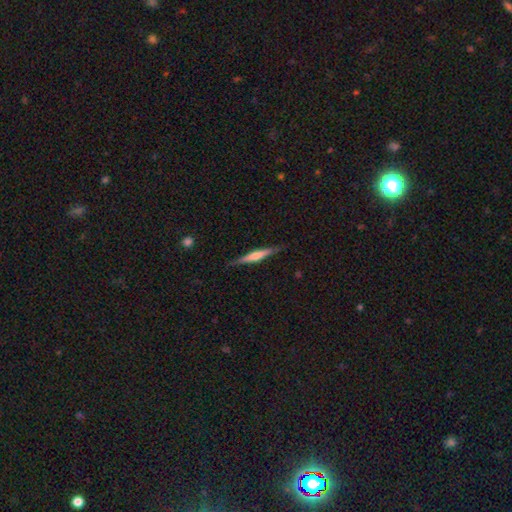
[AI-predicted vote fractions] This appears to be a featured or disk galaxy (57%) viewed edge-on (97%) with a rounded central bulge (62%). Merging: none (86%).